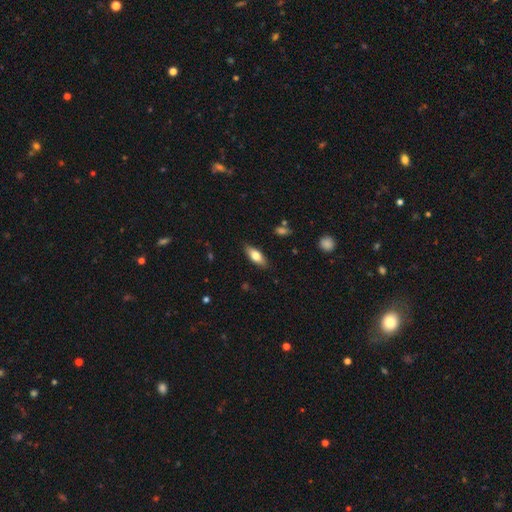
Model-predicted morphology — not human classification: Overall: smooth (71%). How rounded: in between (75%). Merging: none (87%).